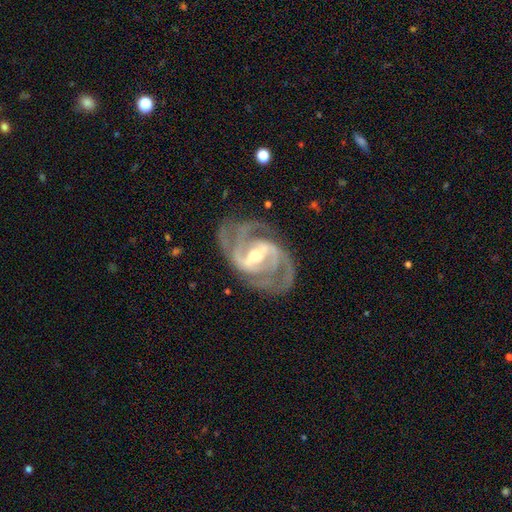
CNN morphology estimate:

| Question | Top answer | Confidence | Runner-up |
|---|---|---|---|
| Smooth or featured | featured or disk | 93% | star or artifact (4%) |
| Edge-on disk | no | 97% | yes (3%) |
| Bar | strong | 60% | weak (32%) |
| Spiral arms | yes | 98% | no (2%) |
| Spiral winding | medium | 50% | tight (40%) |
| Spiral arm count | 2 | 49% | 3 (28%) |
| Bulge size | moderate | 61% | small (32%) |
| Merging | none | 74% | minor disturbance (16%) |